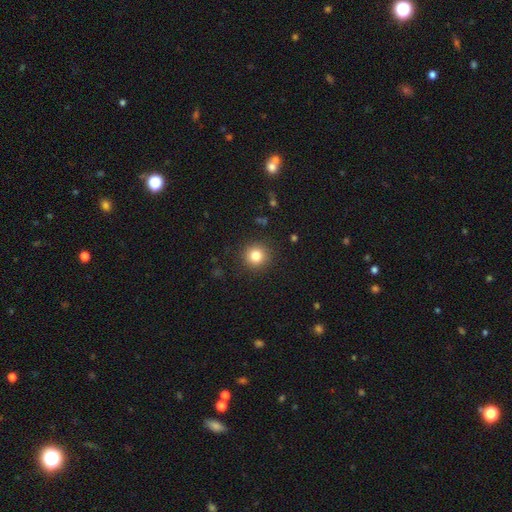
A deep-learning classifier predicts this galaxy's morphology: A smooth galaxy with no disk features (82%) that is round (94%). Merging: none (91%).